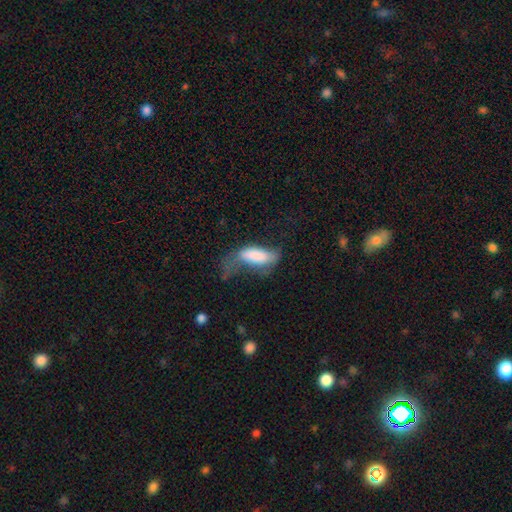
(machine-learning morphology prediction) A smooth galaxy with no disk features (71%) that is in between round and cigar-shaped (80%).

Vote fractions:
- Smooth or featured? smooth: 71% / featured or disk: 22% / star or artifact: 7%
- How rounded? in between: 80% / cigar-shaped: 17% / round: 2%
- Merging? major disturbance: 51% / minor disturbance: 25% / none: 19% / merger: 5%